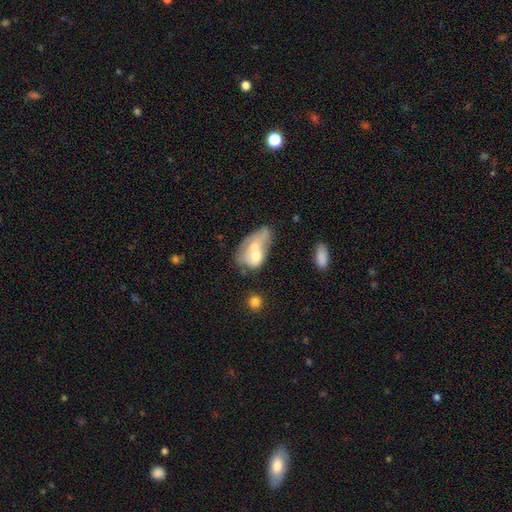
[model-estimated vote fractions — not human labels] Smooth or featured? Predicted: smooth (p=0.52). How rounded? Predicted: in between (p=0.80). Merging? Predicted: merger (p=0.60).